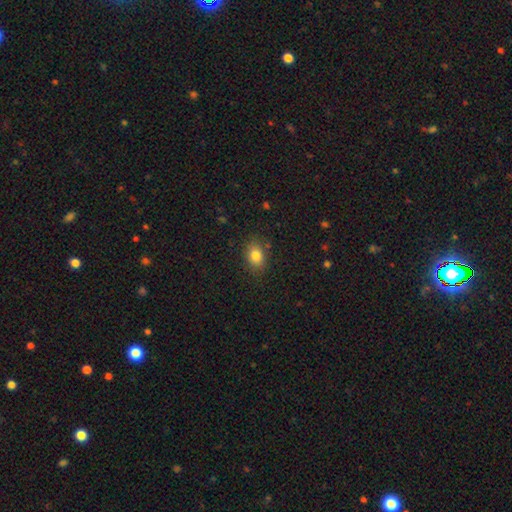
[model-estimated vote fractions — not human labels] A smooth galaxy with no disk features (82%) that is in between round and cigar-shaped (72%). Merging: none (83%).